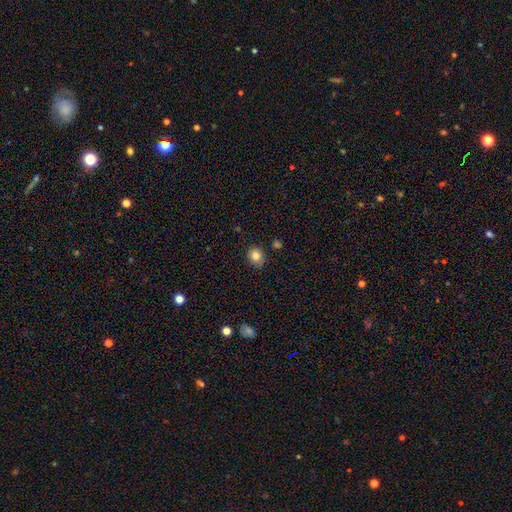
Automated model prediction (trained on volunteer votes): smooth-or-featured: smooth: 82% | star or artifact: 11% | featured or disk: 7%
  how-rounded: round: 75% | in between: 24% | cigar-shaped: 1%
  merging: none: 83% | minor disturbance: 11% | merger: 3% | major disturbance: 2%